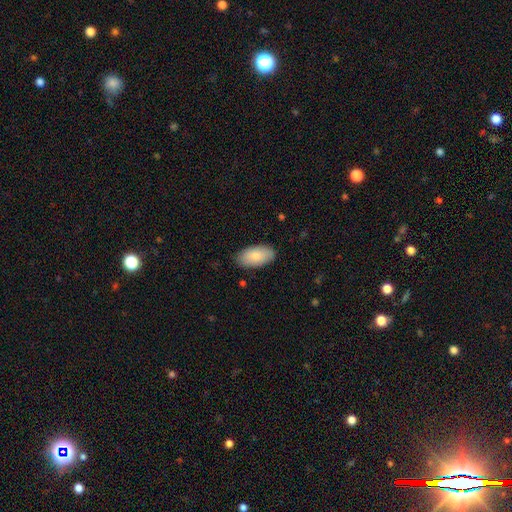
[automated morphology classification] A smooth galaxy with no disk features (83%) that is in between round and cigar-shaped (95%). Merging: none (85%).